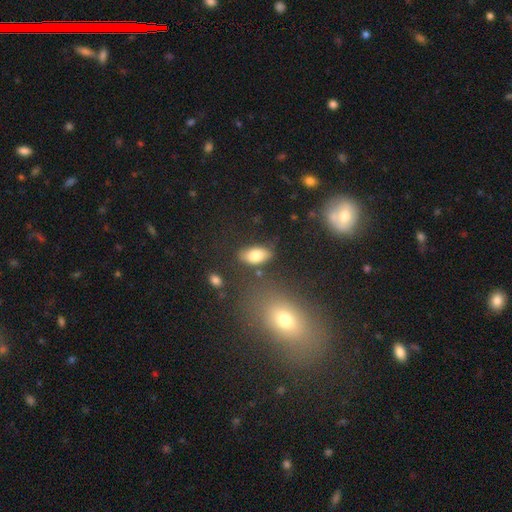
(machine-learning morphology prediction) Smooth or featured? Predicted: smooth (p=0.79). How rounded? Predicted: in between (p=0.91). Merging? Predicted: none (p=0.78).